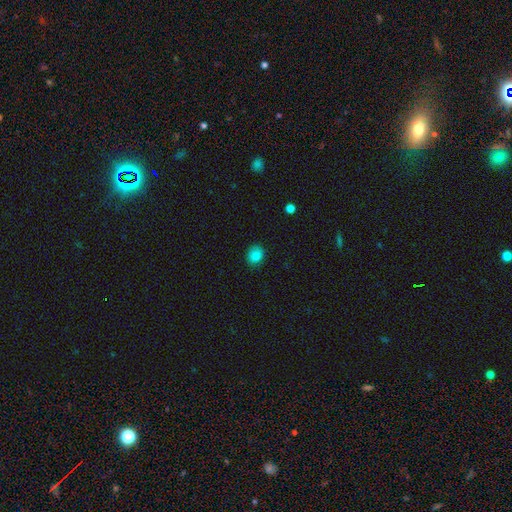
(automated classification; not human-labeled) Morphology: type=smooth (84%); roundness=round (56%); merging=none (81%).